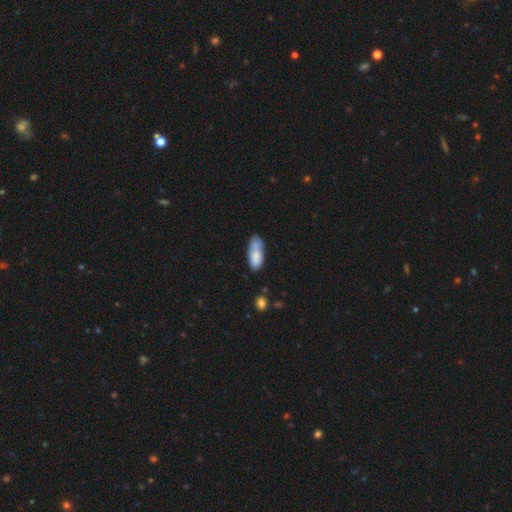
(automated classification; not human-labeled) This appears to be a smooth galaxy with no disk features (80%) that is in between round and cigar-shaped (75%). Merging: none (52%).